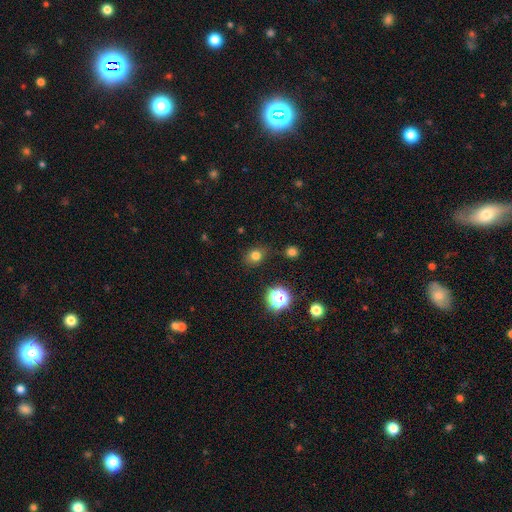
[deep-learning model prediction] Overall: smooth (74%). How rounded: round (63%; in between 36%). Merging: none (78%).